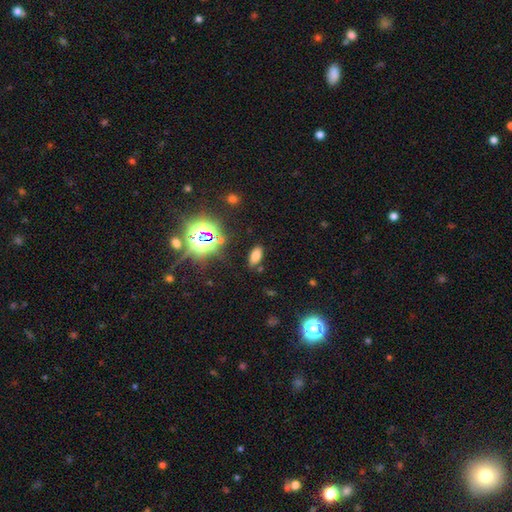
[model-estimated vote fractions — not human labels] Overall: smooth (67%). How rounded: in between (89%). Merging: none (84%).